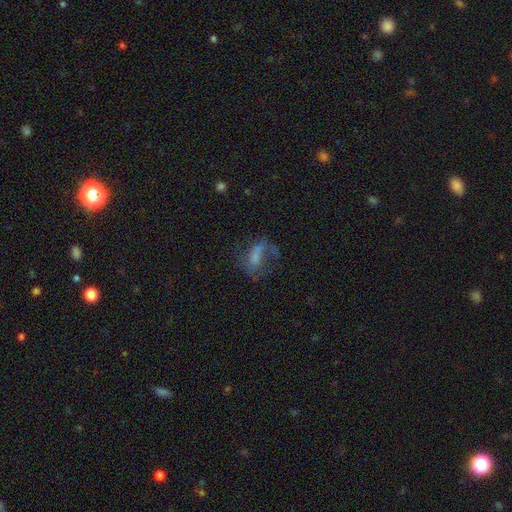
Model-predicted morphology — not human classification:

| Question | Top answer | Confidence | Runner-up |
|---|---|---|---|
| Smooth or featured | smooth | 46% | featured or disk (38%) |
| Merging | major disturbance | 41% | none (35%) |